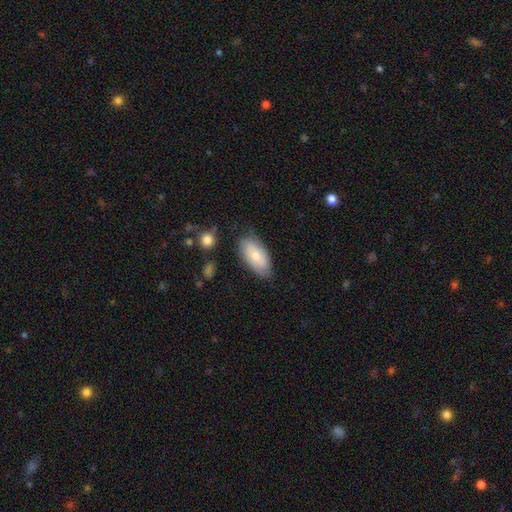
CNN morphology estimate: smooth-or-featured: smooth: 71% | featured or disk: 23% | star or artifact: 6%
  how-rounded: in between: 92% | cigar-shaped: 5% | round: 3%
  merging: none: 78% | minor disturbance: 17% | major disturbance: 3% | merger: 2%